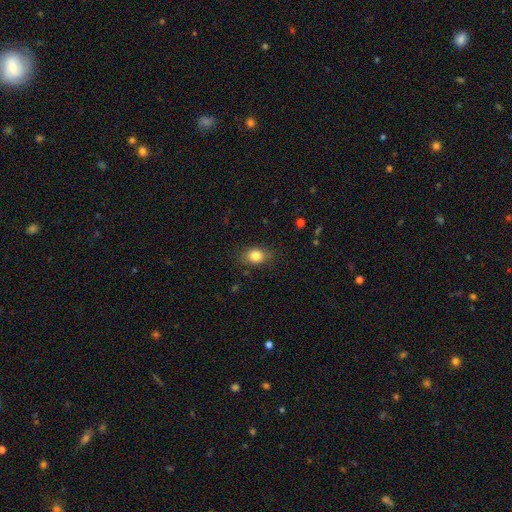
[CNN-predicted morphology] Smooth or featured?
  - smooth: 82% *
  - star or artifact: 10%
  - featured or disk: 8%
How rounded?
  - in between: 62% *
  - round: 37%
  - cigar-shaped: 1%
Merging?
  - none: 79% *
  - minor disturbance: 16%
  - major disturbance: 4%
  - merger: 1%